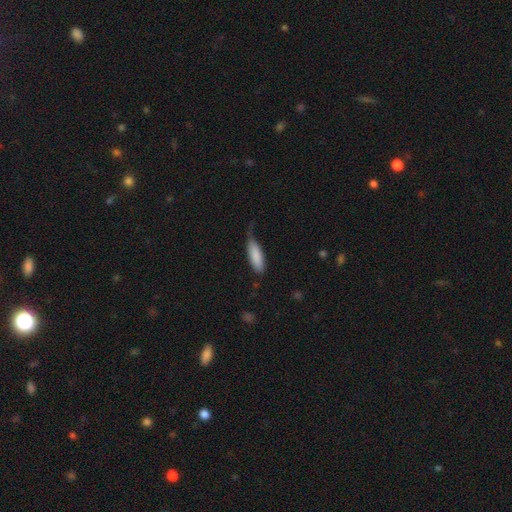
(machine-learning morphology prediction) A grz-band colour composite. It shows a smooth galaxy with no disk features (85%) that is in between round and cigar-shaped (54%). Merging: none (45%).